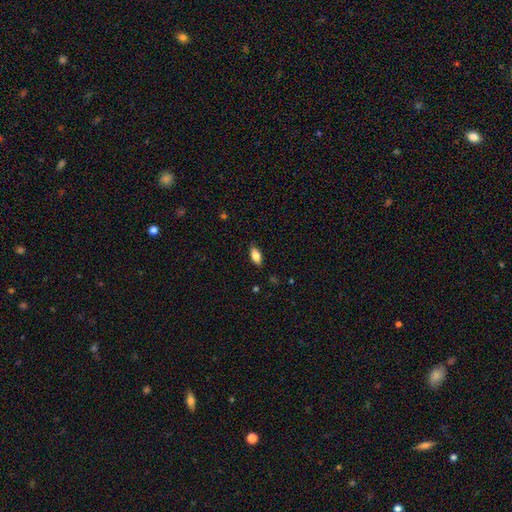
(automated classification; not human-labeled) Q: Smooth or featured?
A: smooth (79%); runner-up: featured or disk (14%)
Q: How rounded?
A: in between (87%); runner-up: cigar-shaped (9%)
Q: Merging?
A: none (84%); runner-up: minor disturbance (12%)